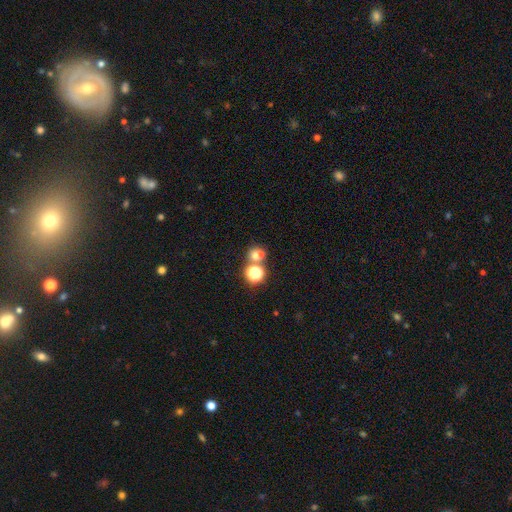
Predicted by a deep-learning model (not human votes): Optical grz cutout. It shows a smooth galaxy with no disk features (64%) that is round (76%). Merging: none (49%).